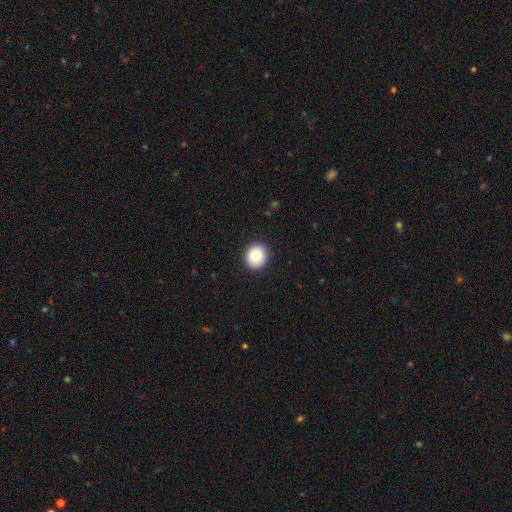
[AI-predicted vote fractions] Smooth or featured? smooth (80%)
How rounded? round (79%)
Merging? none (91%)